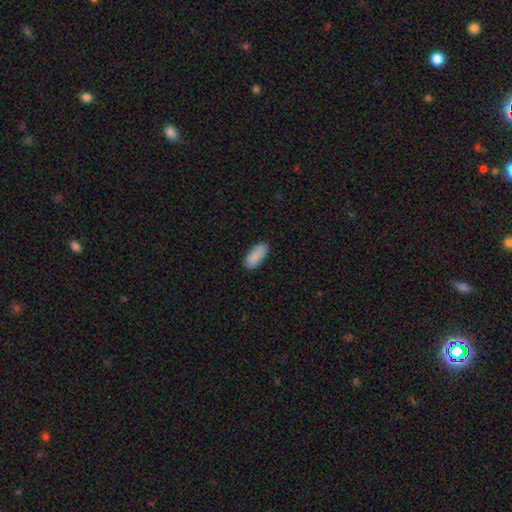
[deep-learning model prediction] This is clearly a smooth galaxy (88%). How rounded: clearly in between (87%). Merging: clearly none (87%).